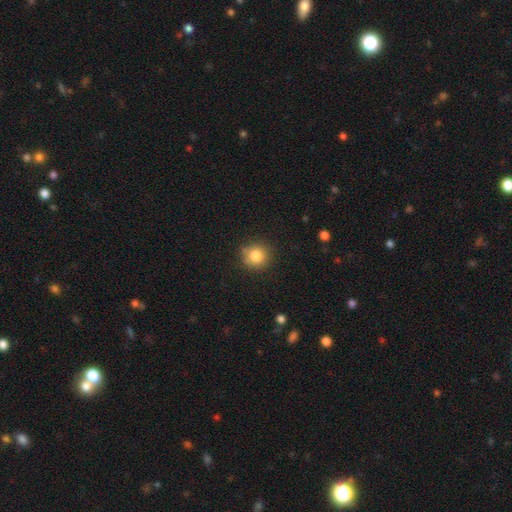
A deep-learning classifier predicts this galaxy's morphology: Smooth or featured? smooth (82%)
How rounded? round (92%)
Merging? none (84%)